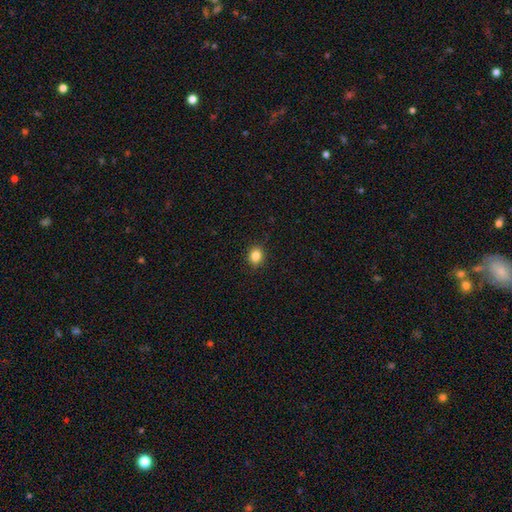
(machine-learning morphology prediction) Smooth or featured? smooth (85%)
How rounded? round (65%)
Merging? none (90%)